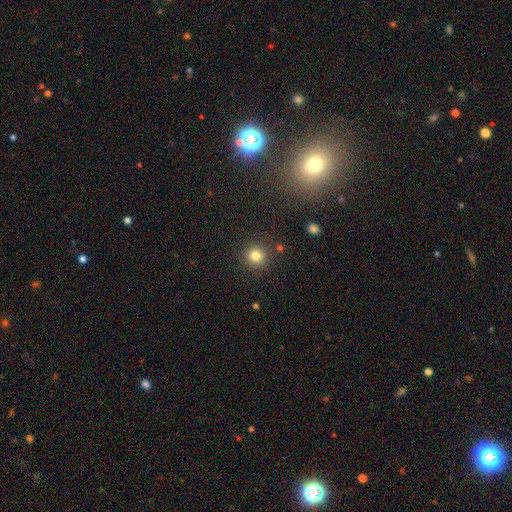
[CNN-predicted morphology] smooth_or_featured: smooth (p=0.80) [alt: star or artifact p=0.13]
how_rounded: round (p=0.94) [alt: in between p=0.05]
merging: none (p=0.88) [alt: minor disturbance p=0.07]